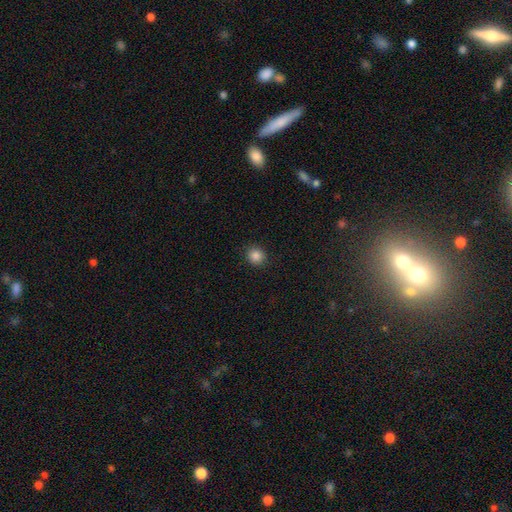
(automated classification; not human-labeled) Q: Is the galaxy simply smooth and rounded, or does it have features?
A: smooth — 86%.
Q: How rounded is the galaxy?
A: round — 86%.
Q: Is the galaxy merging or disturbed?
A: none — 90%.